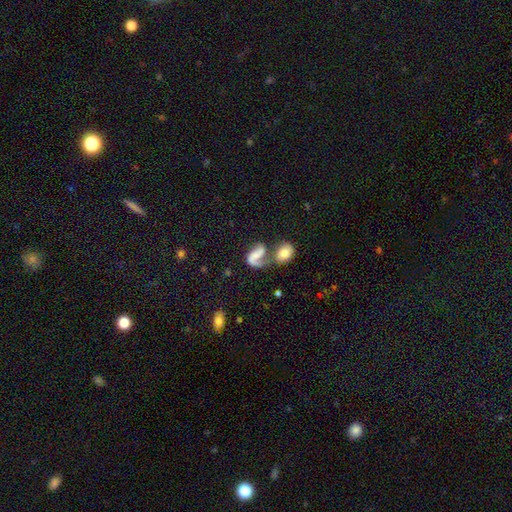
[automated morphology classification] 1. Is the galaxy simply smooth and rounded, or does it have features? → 62% featured or disk, 29% smooth, 9% star or artifact.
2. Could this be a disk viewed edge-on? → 97% no, 3% yes.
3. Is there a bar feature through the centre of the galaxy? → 51% no, 33% weak, 16% strong.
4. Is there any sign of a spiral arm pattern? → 84% yes, 16% no.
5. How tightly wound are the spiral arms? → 58% loose, 31% medium, 11% tight.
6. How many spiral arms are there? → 47% 2, 46% 1, 4% can't tell, 1% 3, 1% 4, 1% more than 4.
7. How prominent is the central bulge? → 38% none, 28% small, 22% moderate, 8% large, 3% dominant.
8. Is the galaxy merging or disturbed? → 49% merger, 20% major disturbance, 20% none, 11% minor disturbance.